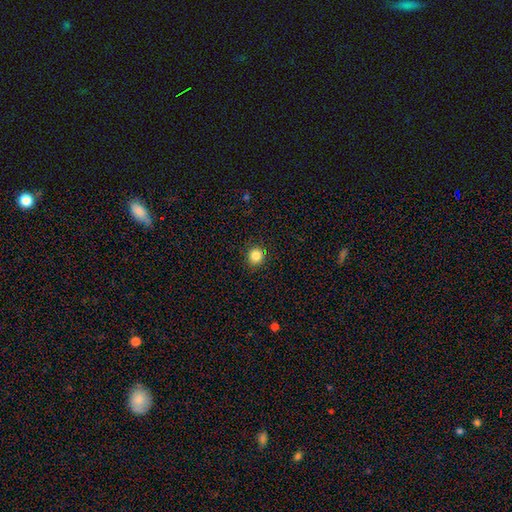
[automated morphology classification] Smooth or featured? smooth (84%)
How rounded? round (93%)
Merging? none (91%)